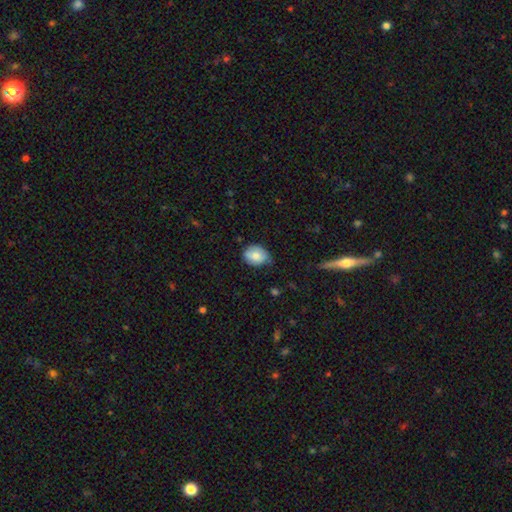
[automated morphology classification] smooth-or-featured: smooth: 77% | featured or disk: 16% | star or artifact: 7%
  how-rounded: in between: 58% | round: 41% | cigar-shaped: 1%
  merging: none: 57% | minor disturbance: 36% | major disturbance: 6% | merger: 2%